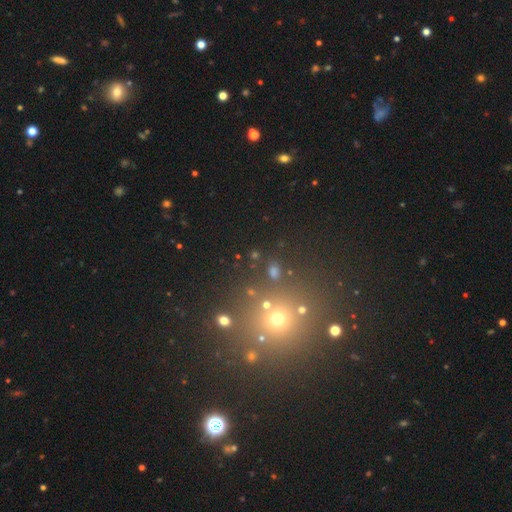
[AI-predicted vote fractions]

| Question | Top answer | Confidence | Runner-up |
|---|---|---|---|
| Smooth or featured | star or artifact | 50% | smooth (41%) |